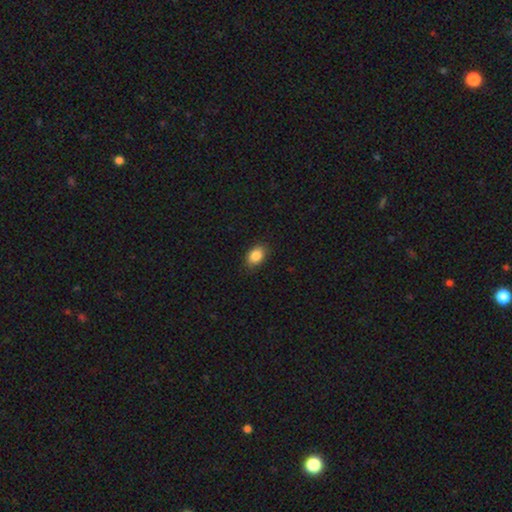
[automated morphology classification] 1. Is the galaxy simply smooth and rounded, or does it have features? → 87% smooth, 8% star or artifact, 5% featured or disk.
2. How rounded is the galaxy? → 83% in between, 16% round, 1% cigar-shaped.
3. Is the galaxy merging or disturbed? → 87% none, 10% minor disturbance, 2% major disturbance, 1% merger.